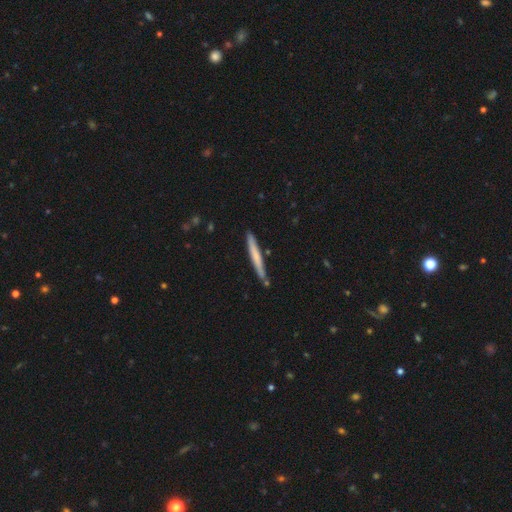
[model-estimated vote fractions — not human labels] Smooth or featured? smooth (61%)
How rounded? cigar-shaped (97%)
Merging? none (83%)